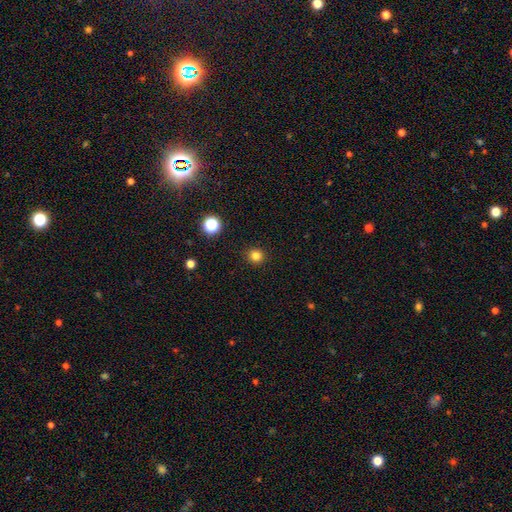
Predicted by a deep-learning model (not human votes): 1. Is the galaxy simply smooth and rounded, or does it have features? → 82% smooth, 14% star or artifact, 4% featured or disk.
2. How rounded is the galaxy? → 91% round, 8% in between, 1% cigar-shaped.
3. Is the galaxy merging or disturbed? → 92% none, 5% minor disturbance, 2% major disturbance, 1% merger.